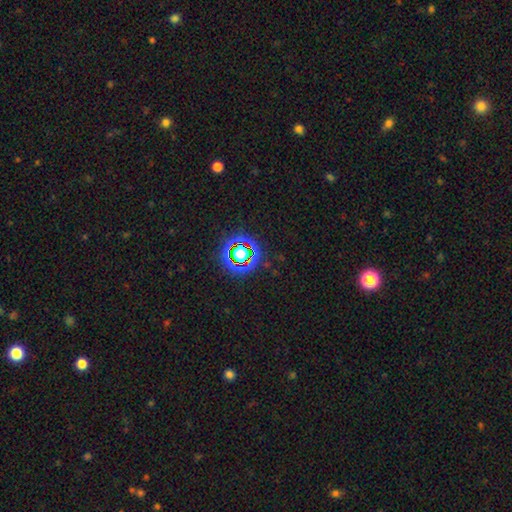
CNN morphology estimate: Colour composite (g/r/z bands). It shows a star or artifact, not a galaxy (68%).